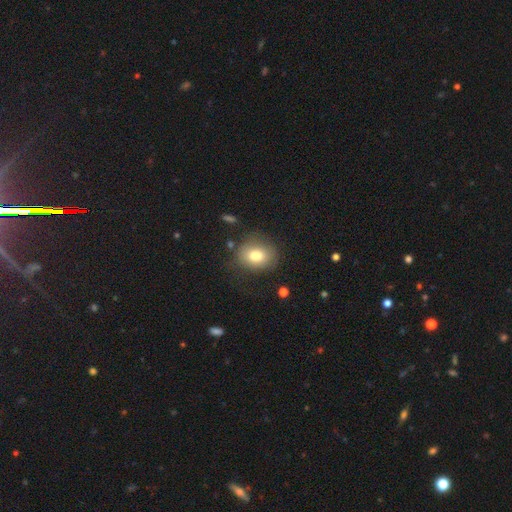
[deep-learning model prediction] Q: Smooth or featured?
A: smooth (79%); runner-up: featured or disk (12%)
Q: How rounded?
A: round (56%); runner-up: in between (43%)
Q: Merging?
A: none (73%); runner-up: minor disturbance (18%)